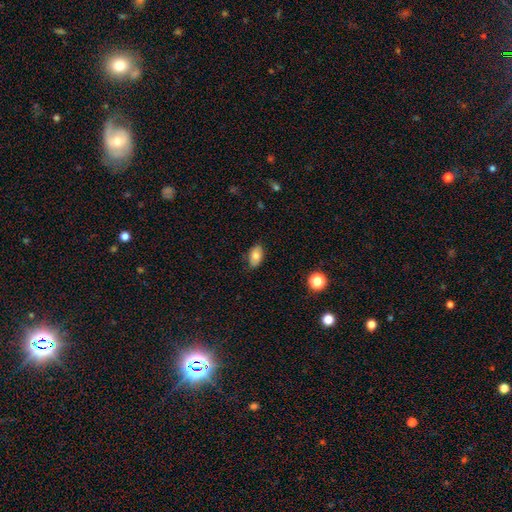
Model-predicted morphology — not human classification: smooth-or-featured: smooth: 78% | featured or disk: 14% | star or artifact: 8%
  how-rounded: in between: 92% | round: 6% | cigar-shaped: 2%
  merging: none: 80% | minor disturbance: 16% | major disturbance: 3% | merger: 1%